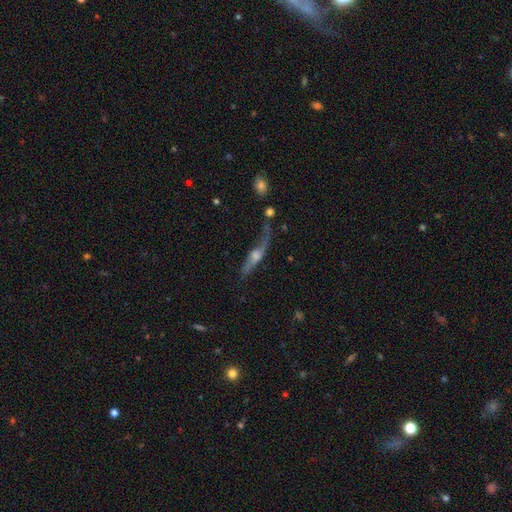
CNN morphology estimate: type=featured or disk (70%); edge-on=yes (75%); edge-on bulge=rounded (86%); merging=none (46%).